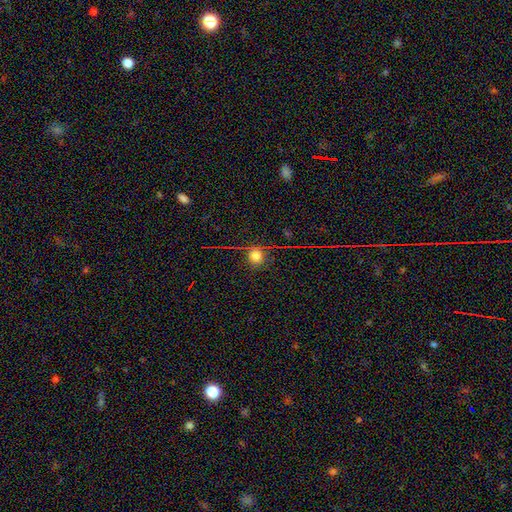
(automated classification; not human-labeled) The model was most divided on "smooth or featured": smooth: 64%, star or artifact: 27%, featured or disk: 8%. More confident: how rounded — round (88%); merging — none (84%).